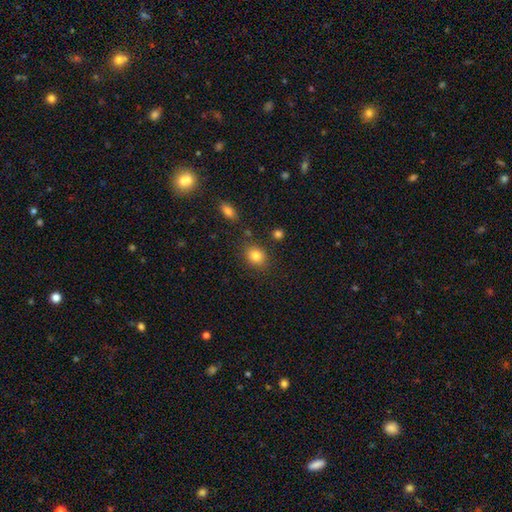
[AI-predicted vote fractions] Q: Smooth or featured?
A: smooth (83%); runner-up: star or artifact (10%)
Q: How rounded?
A: round (57%); runner-up: in between (42%)
Q: Merging?
A: none (80%); runner-up: minor disturbance (11%)